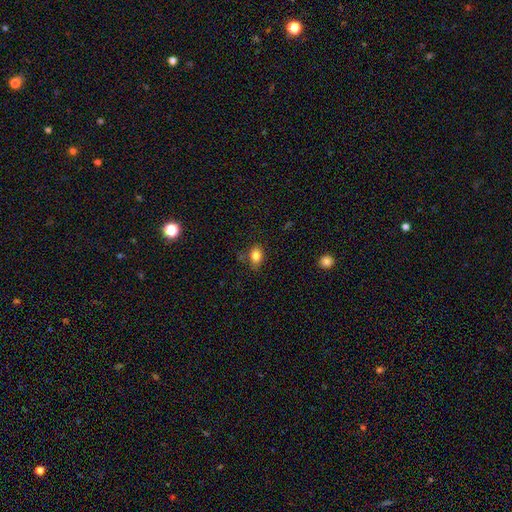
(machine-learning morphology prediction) This appears to be a smooth galaxy with no disk features (83%) that is in between round and cigar-shaped (73%). Merging: none (76%).